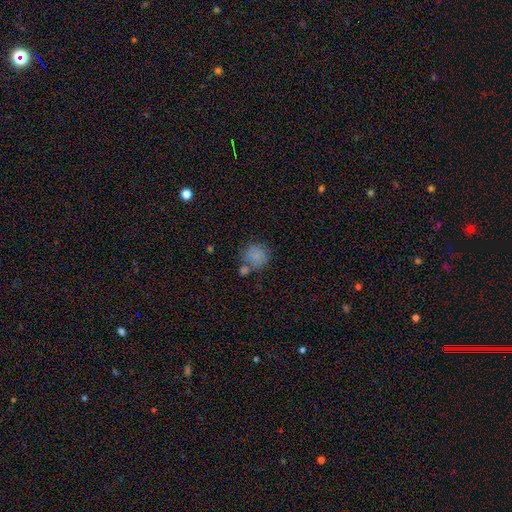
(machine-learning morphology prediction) A smooth galaxy with no disk features (82%) that is round (87%).

Vote fractions:
- Smooth or featured? smooth: 82% / star or artifact: 10% / featured or disk: 8%
- How rounded? round: 87% / in between: 12% / cigar-shaped: 1%
- Merging? none: 59% / merger: 20% / minor disturbance: 15% / major disturbance: 6%